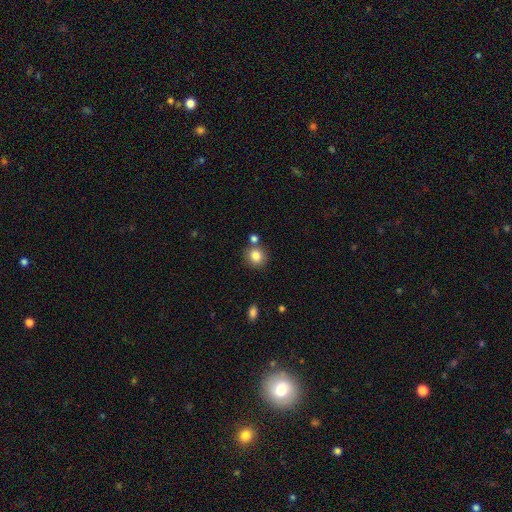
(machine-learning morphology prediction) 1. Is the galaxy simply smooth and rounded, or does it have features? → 83% smooth, 10% star or artifact, 7% featured or disk.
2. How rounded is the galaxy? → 88% round, 11% in between, 1% cigar-shaped.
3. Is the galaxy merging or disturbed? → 76% none, 12% merger, 9% minor disturbance, 3% major disturbance.